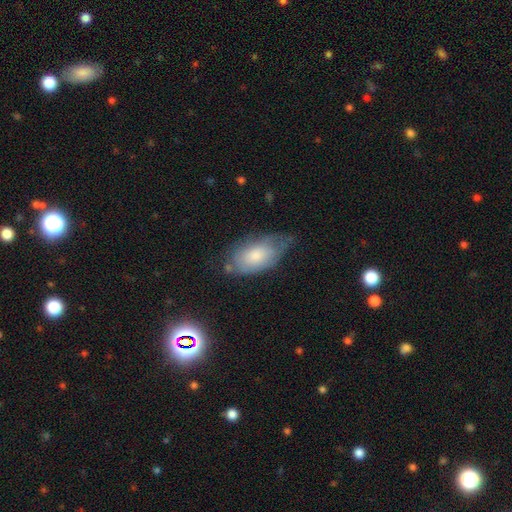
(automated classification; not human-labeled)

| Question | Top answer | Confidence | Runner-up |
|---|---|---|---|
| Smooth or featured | smooth | 65% | featured or disk (28%) |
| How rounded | in between | 93% | round (4%) |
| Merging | none | 45% | minor disturbance (37%) |